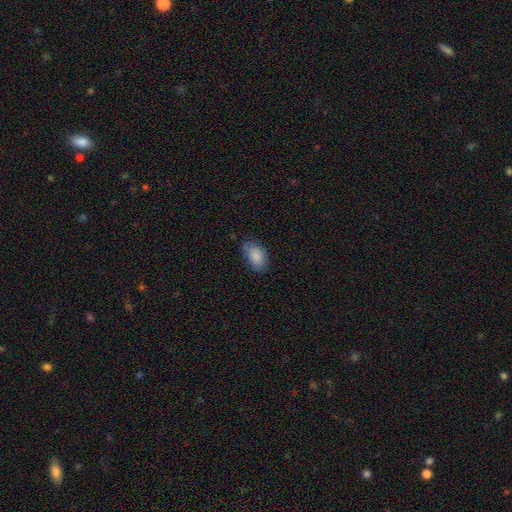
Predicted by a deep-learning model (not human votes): Smooth or featured? Predicted: smooth (p=0.87). How rounded? Predicted: in between (p=0.92). Merging? Predicted: none (p=0.67).